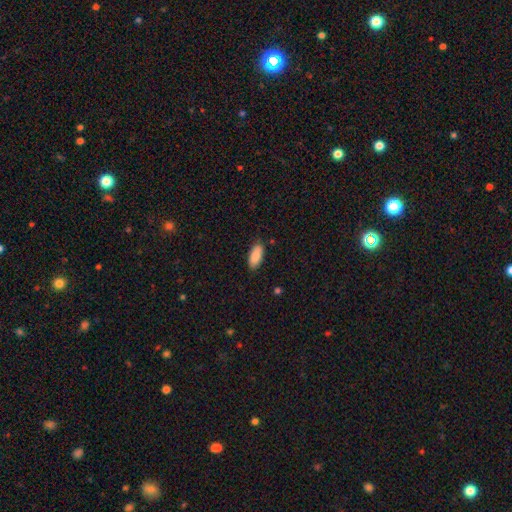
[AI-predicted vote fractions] smooth_or_featured: smooth (p=0.89) [alt: star or artifact p=0.06]
how_rounded: in between (p=0.85) [alt: cigar-shaped p=0.13]
merging: none (p=0.85) [alt: minor disturbance p=0.11]